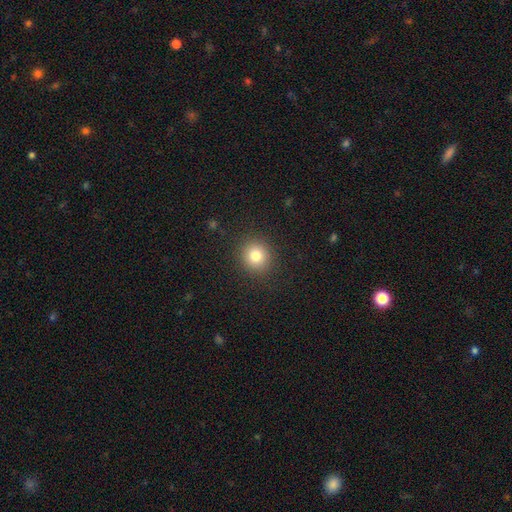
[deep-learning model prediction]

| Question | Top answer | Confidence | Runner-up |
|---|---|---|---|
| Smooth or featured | smooth | 81% | star or artifact (12%) |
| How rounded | round | 88% | in between (12%) |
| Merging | none | 90% | minor disturbance (6%) |